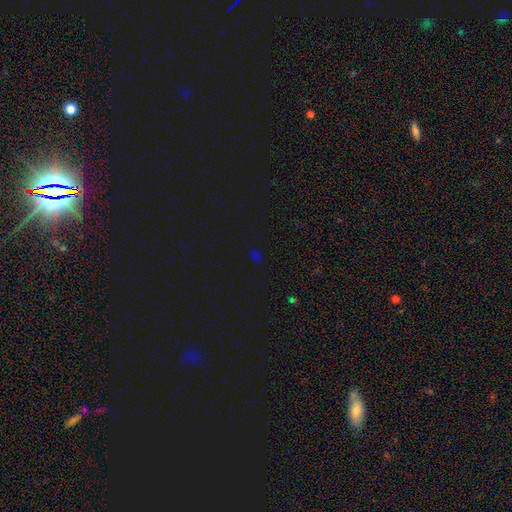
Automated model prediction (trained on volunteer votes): A star or artifact, not a galaxy (61%).